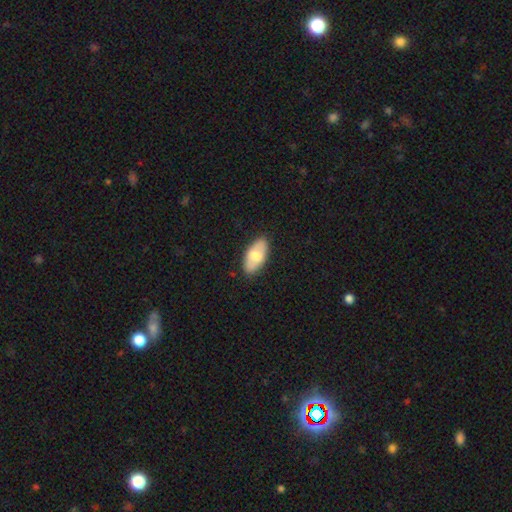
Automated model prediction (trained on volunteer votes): Smooth or featured: smooth — 64% (featured or disk — 30%)
How rounded: in between — 92% (cigar-shaped — 5%)
Merging: none — 86% (minor disturbance — 11%)